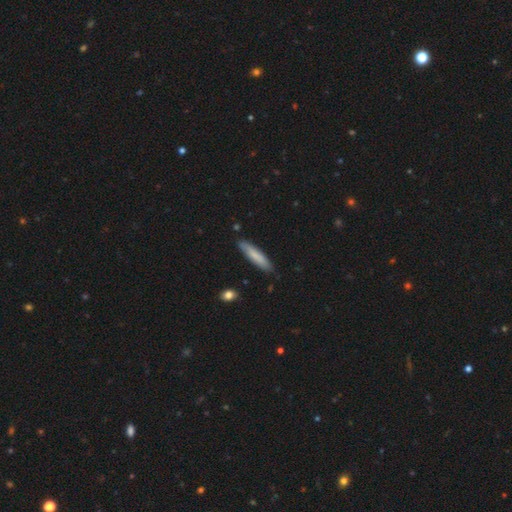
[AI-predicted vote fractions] Smooth or featured: smooth — 78% (featured or disk — 17%)
How rounded: cigar-shaped — 85% (in between — 14%)
Merging: none — 85% (minor disturbance — 11%)